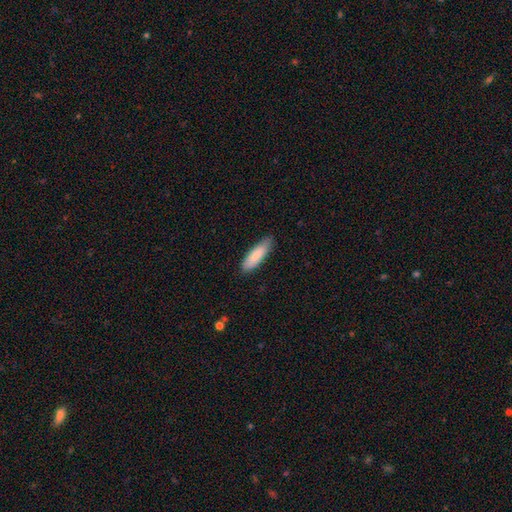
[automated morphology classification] smooth-or-featured: smooth: 85% | featured or disk: 9% | star or artifact: 5%
  how-rounded: cigar-shaped: 53% | in between: 46% | round: 1%
  merging: none: 82% | minor disturbance: 15% | major disturbance: 2% | merger: 1%